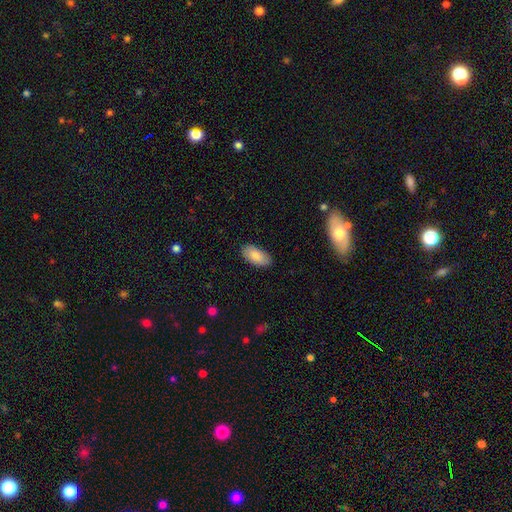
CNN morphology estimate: Smooth or featured: smooth — 87% (featured or disk — 7%)
How rounded: in between — 94% (cigar-shaped — 4%)
Merging: none — 87% (minor disturbance — 10%)